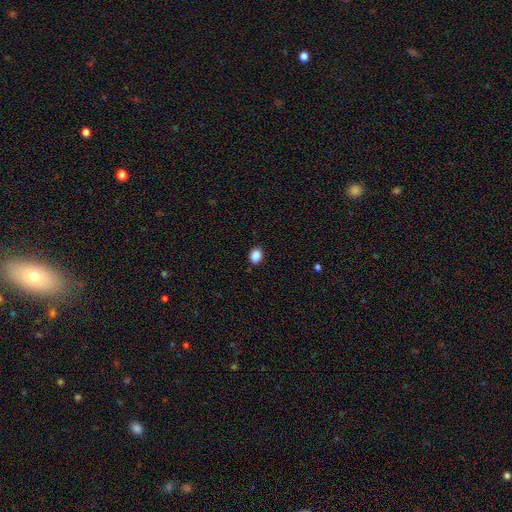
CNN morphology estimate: Q: Smooth or featured?
A: smooth (88%); runner-up: star or artifact (9%)
Q: How rounded?
A: in between (55%); runner-up: round (44%)
Q: Merging?
A: none (89%); runner-up: minor disturbance (8%)